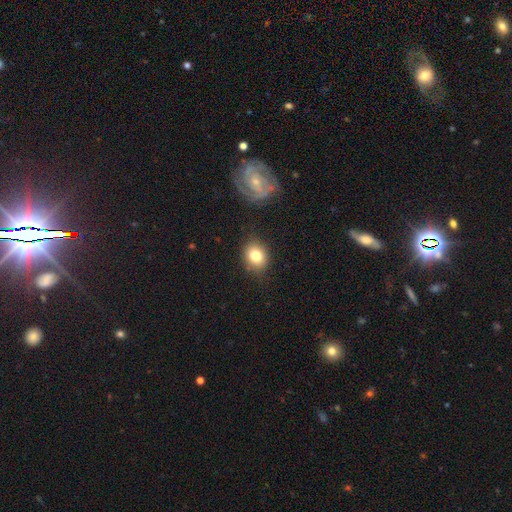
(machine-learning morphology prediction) The model was most divided on "how rounded": round: 59%, in between: 40%, cigar-shaped: 1%. More confident: merging — none (82%); smooth or featured — smooth (79%).